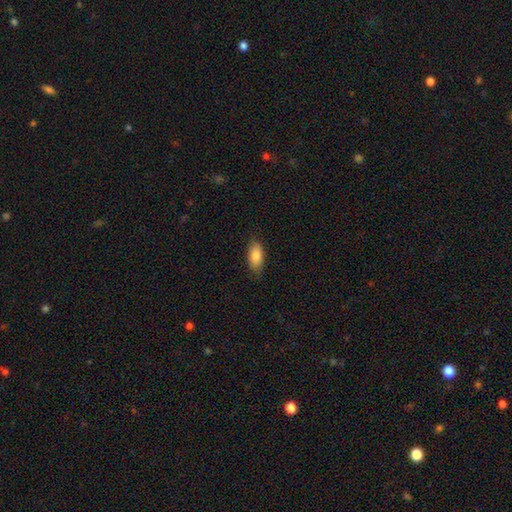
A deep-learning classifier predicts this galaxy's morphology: Smooth or featured? smooth (84%)
How rounded? in between (88%)
Merging? none (82%)